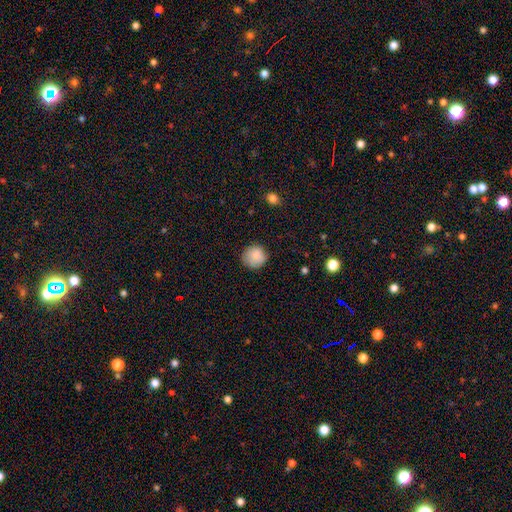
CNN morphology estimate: smooth_or_featured: smooth (p=0.84) [alt: star or artifact p=0.08]
how_rounded: round (p=0.91) [alt: in between p=0.08]
merging: none (p=0.79) [alt: minor disturbance p=0.17]